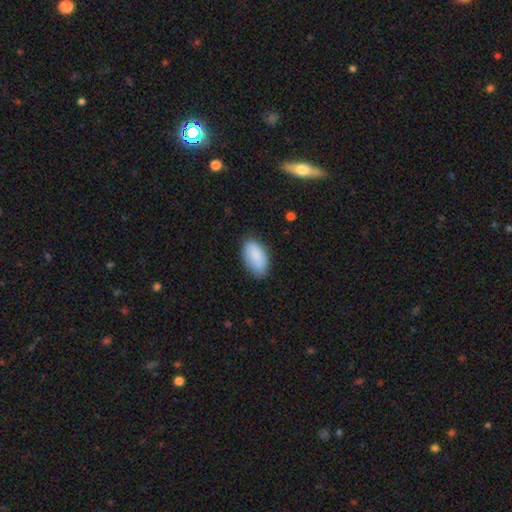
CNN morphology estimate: Smooth or featured? Predicted: smooth (p=0.86). How rounded? Predicted: in between (p=0.94). Merging? Predicted: none (p=0.77).